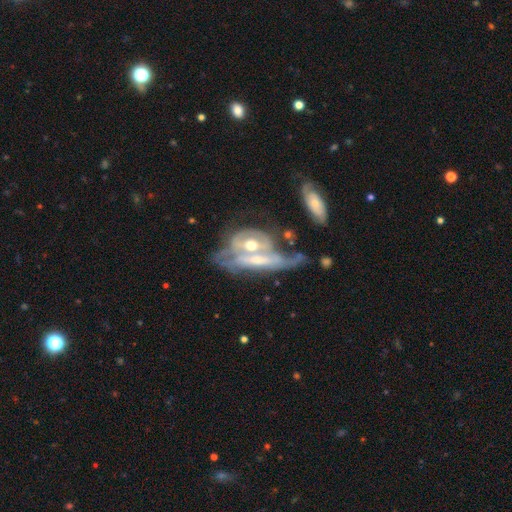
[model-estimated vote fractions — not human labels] A featured or disk galaxy (75%) with no bar (57%), spiral arms (56%) and a moderate central bulge (61%).

Vote fractions:
- Smooth or featured? featured or disk: 75% / smooth: 17% / star or artifact: 9%
- Edge-on disk? no: 82% / yes: 18%
- Bar? no: 57% / weak: 27% / strong: 16%
- Spiral arms? yes: 56% / no: 44%
- Bulge size? moderate: 61% / small: 26% / large: 7% / none: 4% / dominant: 2%
- Merging? merger: 55% / major disturbance: 22% / none: 13% / minor disturbance: 9%